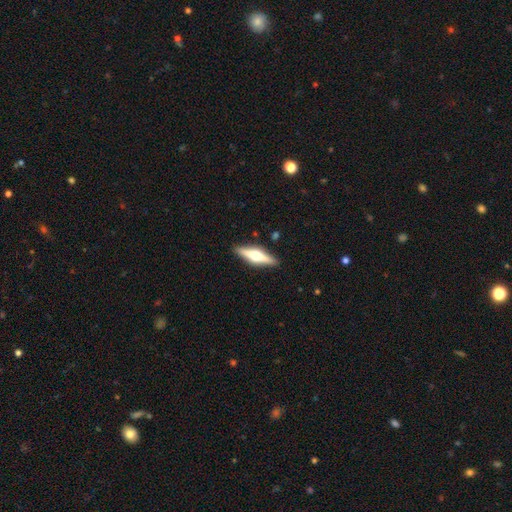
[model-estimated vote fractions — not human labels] smooth_or_featured: featured or disk (p=0.67) [alt: smooth p=0.28]
disk_edge_on: yes (p=0.96) [alt: no p=0.04]
edge_on_bulge: rounded (p=0.93) [alt: boxy p=0.05]
merging: none (p=0.89) [alt: minor disturbance p=0.08]